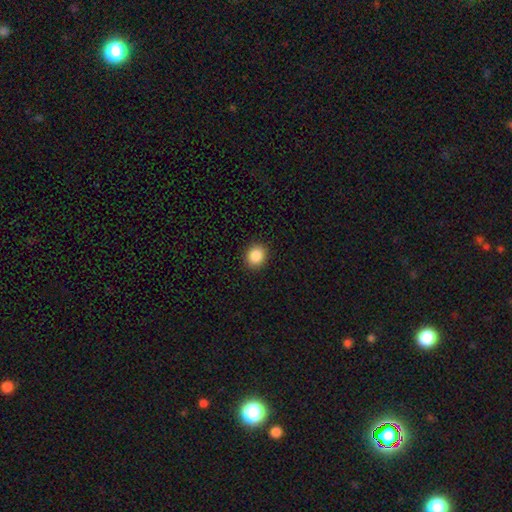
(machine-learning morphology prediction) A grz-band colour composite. It shows a smooth galaxy with no disk features (87%) that is round (76%). Merging: none (91%).